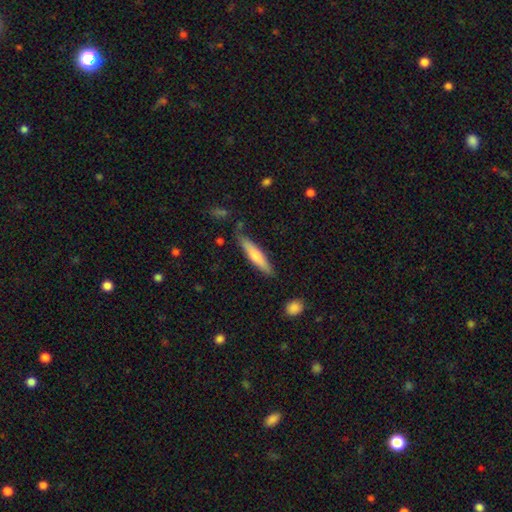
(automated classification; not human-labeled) smooth-or-featured: smooth: 69% | featured or disk: 26% | star or artifact: 5%
  how-rounded: cigar-shaped: 85% | in between: 13% | round: 1%
  merging: none: 79% | minor disturbance: 15% | major disturbance: 3% | merger: 3%